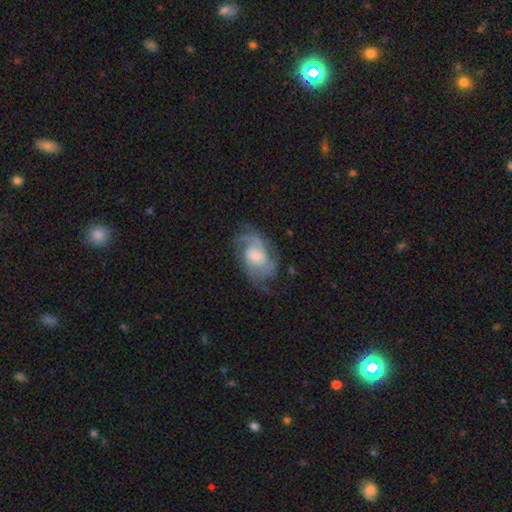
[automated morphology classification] Smooth or featured?
  - featured or disk: 83% *
  - smooth: 12%
  - star or artifact: 6%
Edge-on disk?
  - no: 97% *
  - yes: 3%
Bar?
  - no: 61% *
  - weak: 33%
  - strong: 5%
Spiral arms?
  - yes: 95% *
  - no: 5%
Spiral winding?
  - medium: 48% *
  - tight: 34%
  - loose: 18%
Spiral arm count?
  - 2: 48% *
  - 3: 19%
  - can't tell: 18%
  - 1: 6%
  - 4: 5%
  - more than 4: 4%
Bulge size?
  - moderate: 44% *
  - small: 35%
  - large: 13%
  - none: 6%
  - dominant: 2%
Merging?
  - none: 64% *
  - minor disturbance: 20%
  - major disturbance: 15%
  - merger: 1%